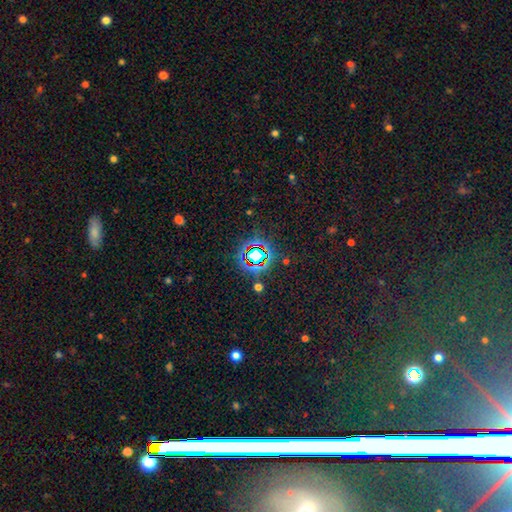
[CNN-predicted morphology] Overall: star or artifact (69%).